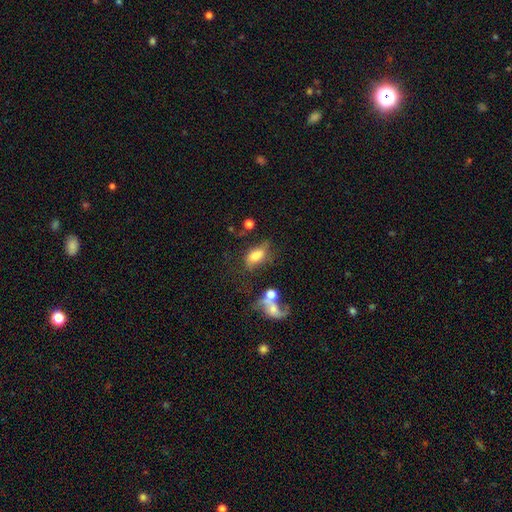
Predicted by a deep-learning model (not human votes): This is likely a smooth galaxy (68%). How rounded: clearly in between (87%). Merging: marginally none (43%).